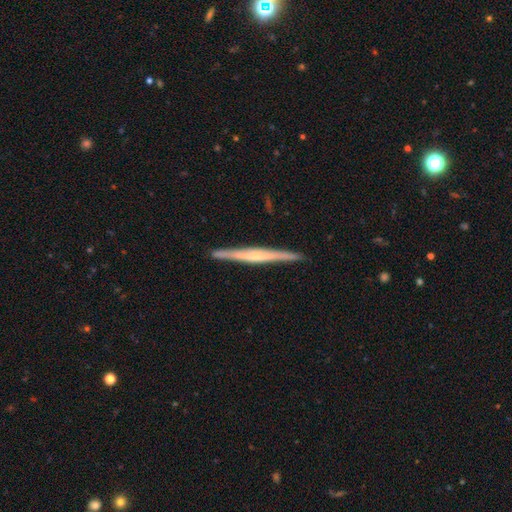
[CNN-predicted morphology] Q: Smooth or featured?
A: featured or disk (71%); runner-up: smooth (24%)
Q: Edge-on disk?
A: yes (98%); runner-up: no (2%)
Q: Edge-on bulge?
A: rounded (47%); runner-up: none (39%)
Q: Merging?
A: none (91%); runner-up: minor disturbance (7%)